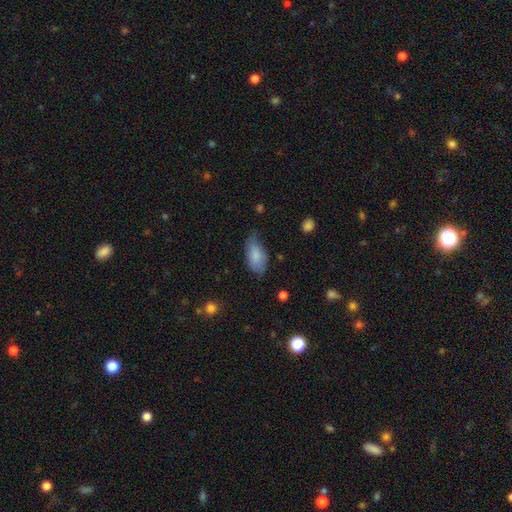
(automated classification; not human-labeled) Smooth or featured?
  - smooth: 83% *
  - featured or disk: 10%
  - star or artifact: 7%
How rounded?
  - in between: 91% *
  - cigar-shaped: 7%
  - round: 3%
Merging?
  - none: 57% *
  - minor disturbance: 34%
  - major disturbance: 7%
  - merger: 2%